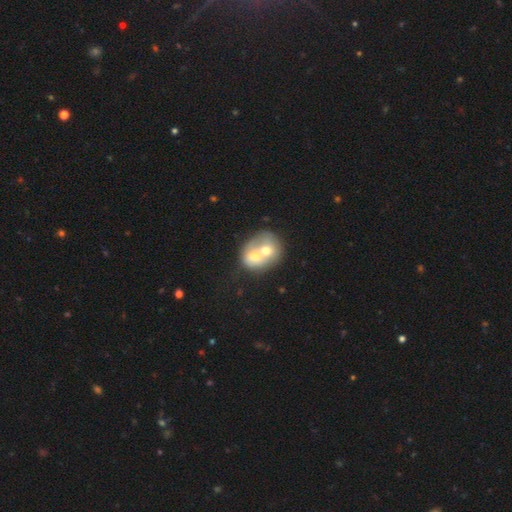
Volunteers were most divided on "smooth or featured": smooth: 51%, featured or disk: 38%, star or artifact: 10%. More confident: merging — merger (80%); how rounded — round (60%).